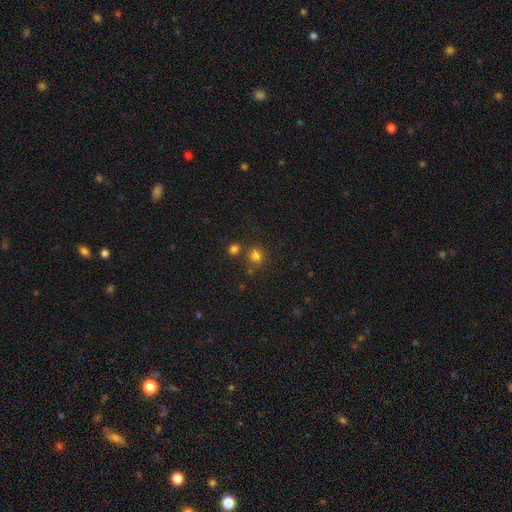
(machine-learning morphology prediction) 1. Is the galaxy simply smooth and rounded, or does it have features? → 77% smooth, 17% star or artifact, 6% featured or disk.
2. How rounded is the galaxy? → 89% round, 10% in between, 1% cigar-shaped.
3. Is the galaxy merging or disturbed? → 73% none, 15% merger, 9% minor disturbance, 3% major disturbance.